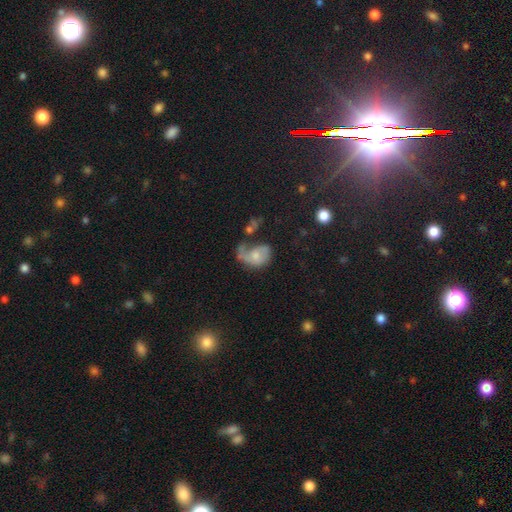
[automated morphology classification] A featured or disk galaxy (48%). Merging: major disturbance (47%).